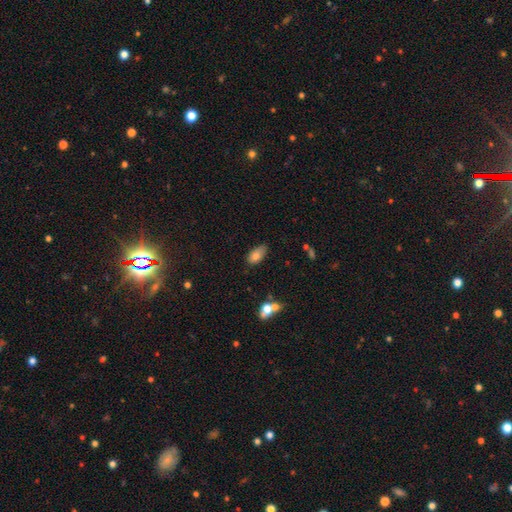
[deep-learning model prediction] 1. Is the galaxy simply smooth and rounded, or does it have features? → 79% smooth, 12% featured or disk, 9% star or artifact.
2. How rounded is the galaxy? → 91% in between, 5% round, 4% cigar-shaped.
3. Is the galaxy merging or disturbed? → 60% none, 30% minor disturbance, 6% major disturbance, 4% merger.